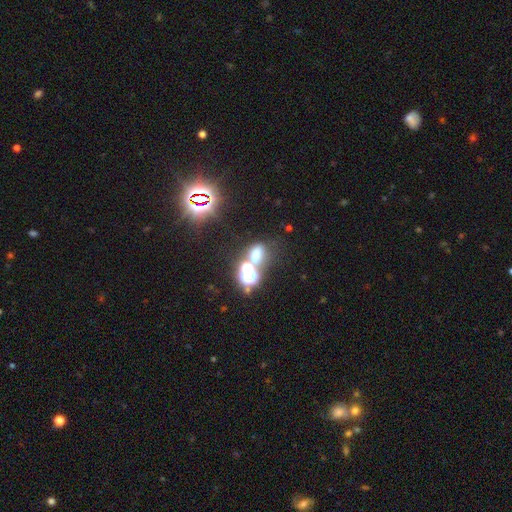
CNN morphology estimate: Smooth or featured? smooth (45%)
Merging? none (41%)